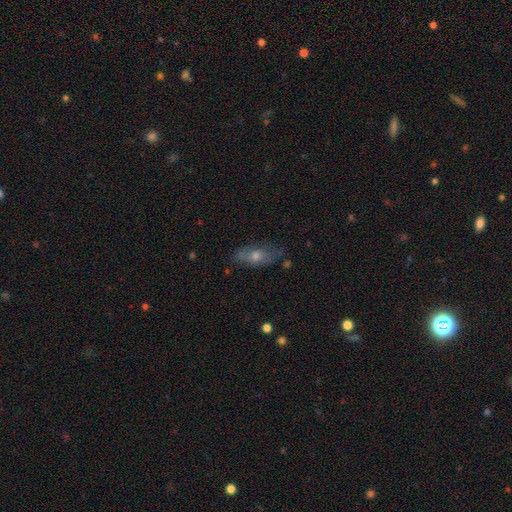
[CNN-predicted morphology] A smooth galaxy with no disk features (45%). Merging: none (73%).